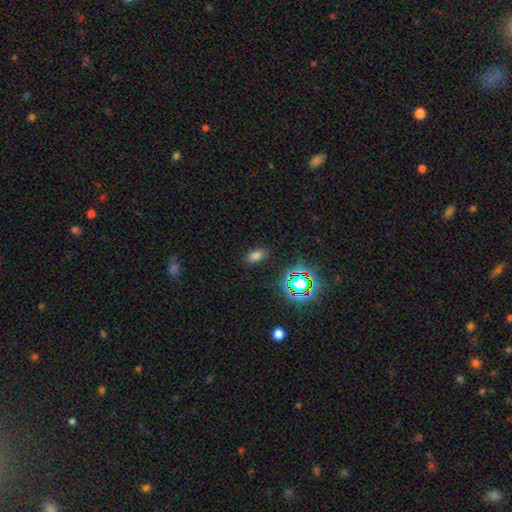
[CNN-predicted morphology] A smooth galaxy with no disk features (70%) that is in between round and cigar-shaped (88%).

Vote fractions:
- Smooth or featured? smooth: 70% / star or artifact: 24% / featured or disk: 6%
- How rounded? in between: 88% / round: 8% / cigar-shaped: 3%
- Merging? none: 85% / minor disturbance: 10% / major disturbance: 3% / merger: 2%